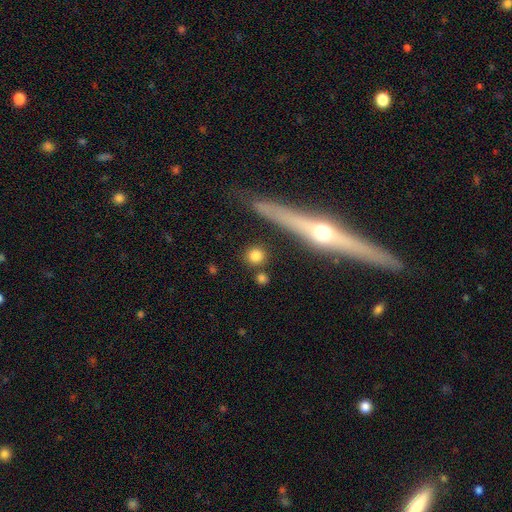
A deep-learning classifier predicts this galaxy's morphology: Smooth or featured?
  - smooth: 80% *
  - star or artifact: 11%
  - featured or disk: 9%
How rounded?
  - round: 91% *
  - in between: 5%
  - cigar-shaped: 3%
Merging?
  - none: 83% *
  - minor disturbance: 7%
  - merger: 7%
  - major disturbance: 3%